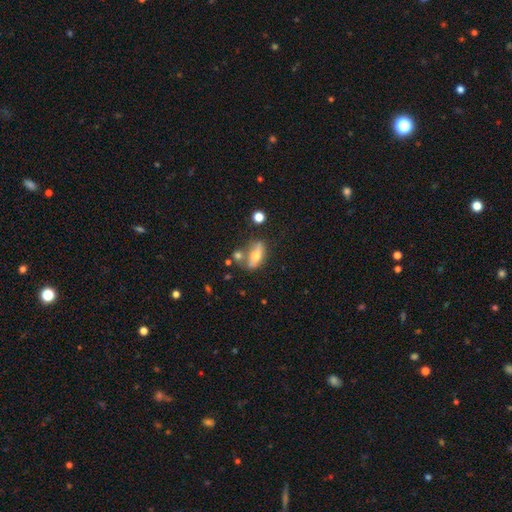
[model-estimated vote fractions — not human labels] Smooth or featured? smooth (53%)
How rounded? in between (69%)
Merging? none (56%)